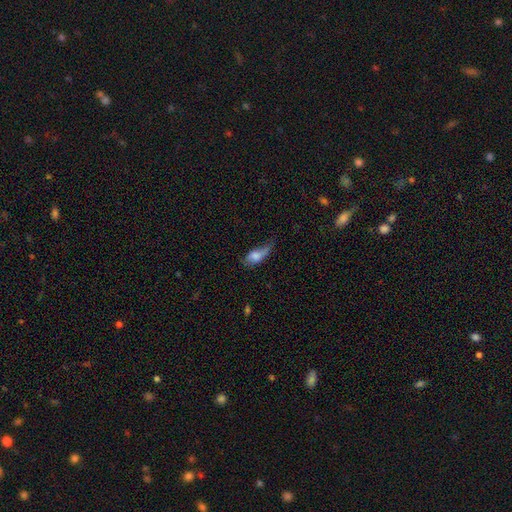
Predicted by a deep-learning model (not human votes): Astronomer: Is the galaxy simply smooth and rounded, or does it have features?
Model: smooth — 68%.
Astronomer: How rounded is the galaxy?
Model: in between — 78%.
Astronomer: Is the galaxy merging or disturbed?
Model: minor disturbance — 35% (runner-up: major disturbance, 34%).